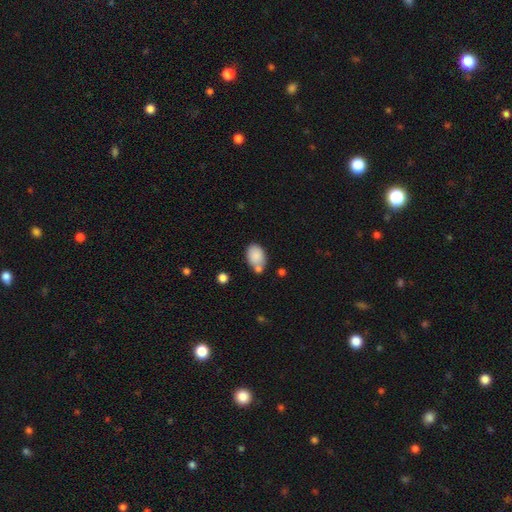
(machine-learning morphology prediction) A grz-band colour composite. It shows a smooth galaxy with no disk features (86%) that is in between round and cigar-shaped (81%). Merging: none (57%).